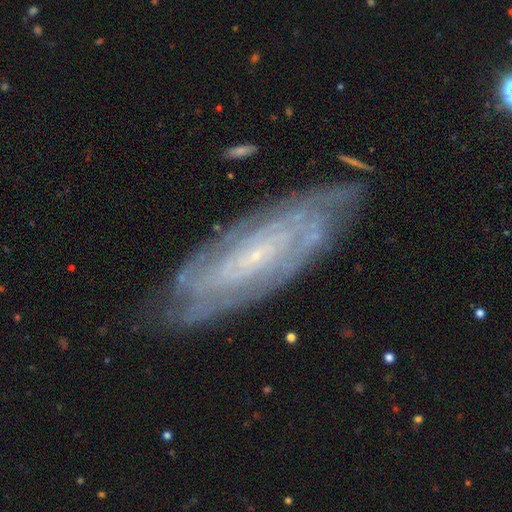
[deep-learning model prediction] featured or disk 82%, smooth 11%, star or artifact 7%. Down the decision tree: edge-on disk — no (86%); bar — no (56%); spiral arms — yes (94%); spiral arm count — can't tell (49%); spiral winding — tight (77%); bulge size — small (84%); merging — none (78%).